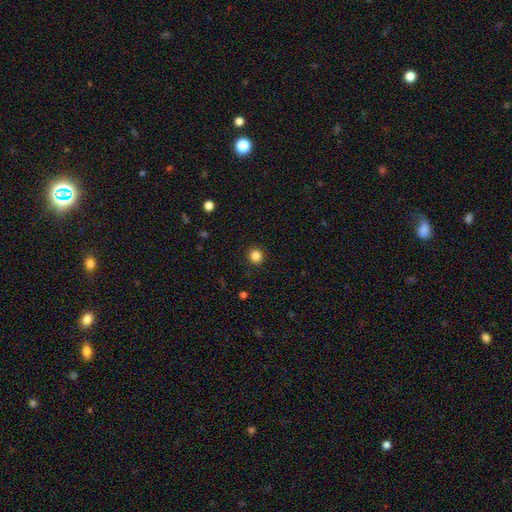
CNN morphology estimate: smooth-or-featured: smooth: 85% | star or artifact: 12% | featured or disk: 3%
  how-rounded: round: 94% | in between: 6% | cigar-shaped: 1%
  merging: none: 92% | minor disturbance: 5% | major disturbance: 2% | merger: 1%